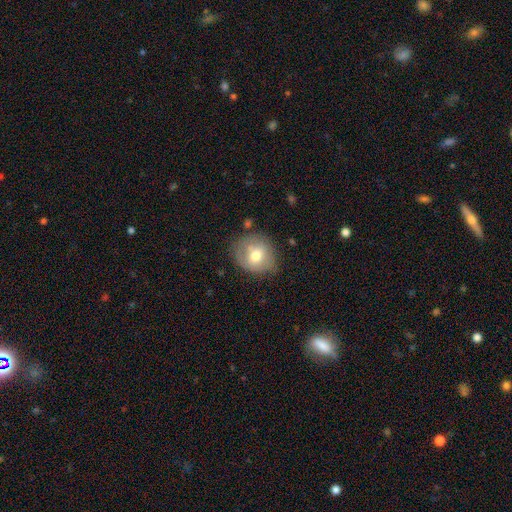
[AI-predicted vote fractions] This appears to be a smooth galaxy with no disk features (66%) that is round (73%). Merging: none (66%).